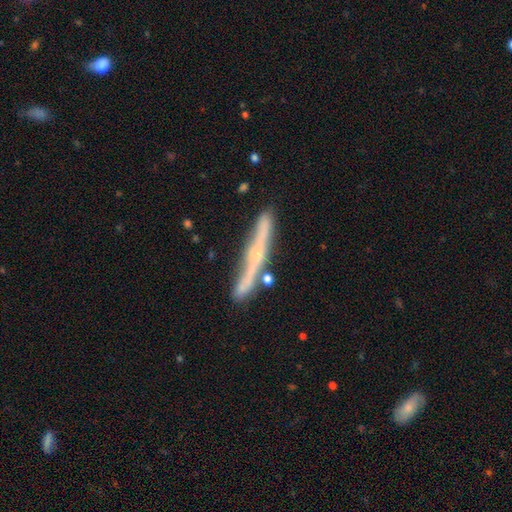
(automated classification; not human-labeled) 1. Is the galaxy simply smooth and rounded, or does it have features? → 65% featured or disk, 28% smooth, 7% star or artifact.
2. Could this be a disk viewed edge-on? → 94% yes, 6% no.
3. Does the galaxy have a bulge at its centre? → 48% rounded, 43% none, 9% boxy.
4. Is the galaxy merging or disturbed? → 75% none, 15% minor disturbance, 7% merger, 3% major disturbance.